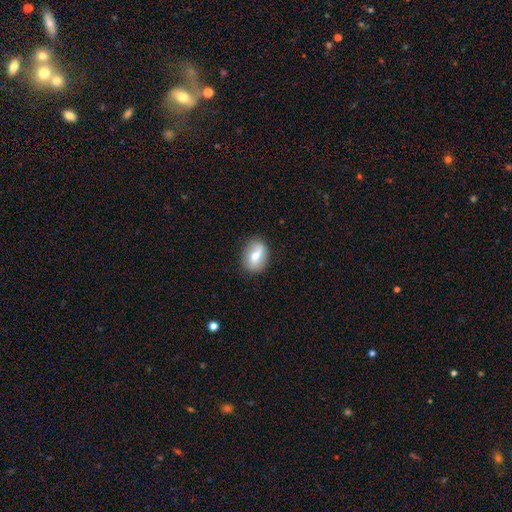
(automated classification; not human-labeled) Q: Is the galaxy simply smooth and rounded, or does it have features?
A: smooth — 56%.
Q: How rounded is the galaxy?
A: in between — 67%.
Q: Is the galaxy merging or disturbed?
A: none — 81%.